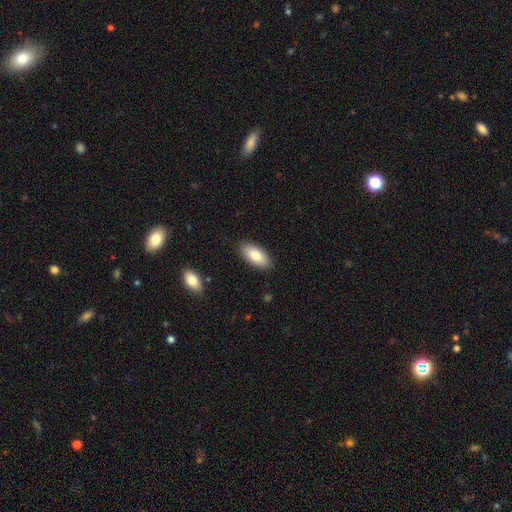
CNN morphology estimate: Overall: smooth (80%). How rounded: in between (90%). Merging: none (88%).